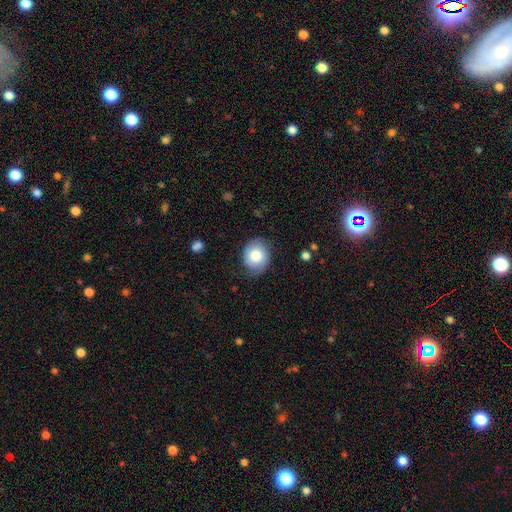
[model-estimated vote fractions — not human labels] This is likely a smooth galaxy (64%). How rounded: possibly round (60%). Merging: likely none (72%).